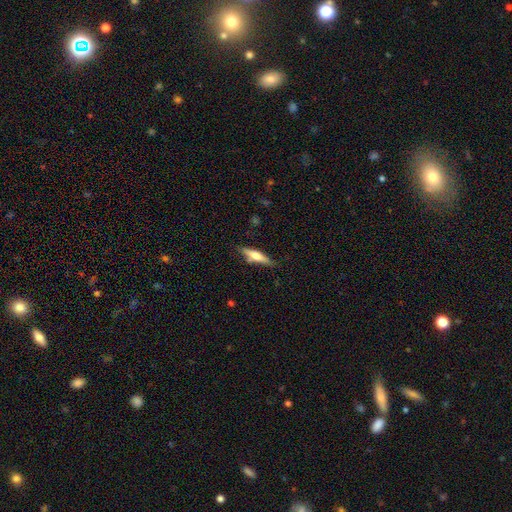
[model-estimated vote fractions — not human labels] Overall: smooth (49%; featured or disk 45%). Merging: none (79%).